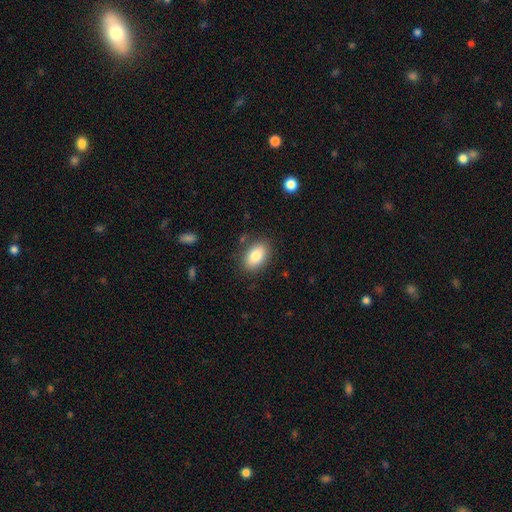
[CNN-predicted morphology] This is clearly a smooth galaxy (82%). How rounded: clearly in between (88%). Merging: clearly none (84%).